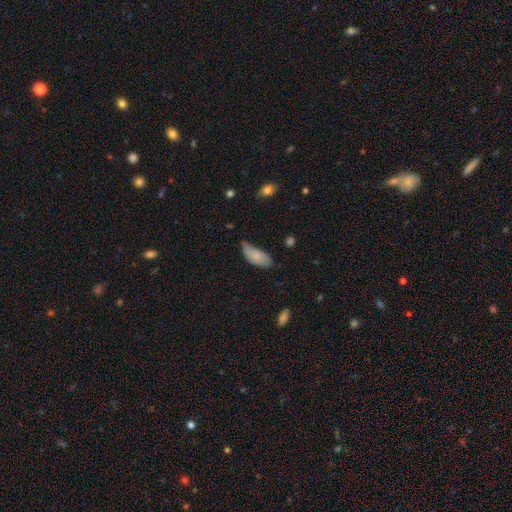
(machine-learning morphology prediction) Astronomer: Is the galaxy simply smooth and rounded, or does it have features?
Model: smooth — 78%.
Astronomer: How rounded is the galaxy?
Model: in between — 90%.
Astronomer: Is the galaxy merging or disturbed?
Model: minor disturbance — 48% (runner-up: none, 36%).